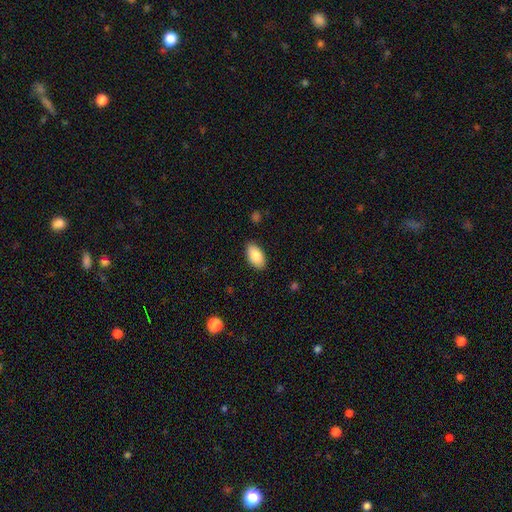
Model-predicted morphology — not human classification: This is clearly a smooth galaxy (87%). How rounded: clearly in between (94%). Merging: clearly none (88%).